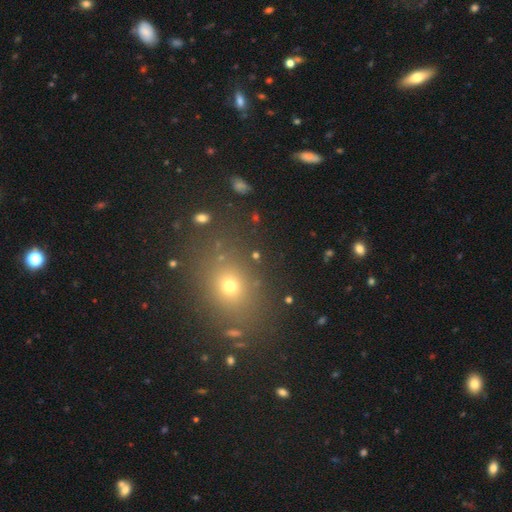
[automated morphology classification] This is likely a smooth galaxy (63%). How rounded: possibly round (52%). Merging: clearly none (82%).